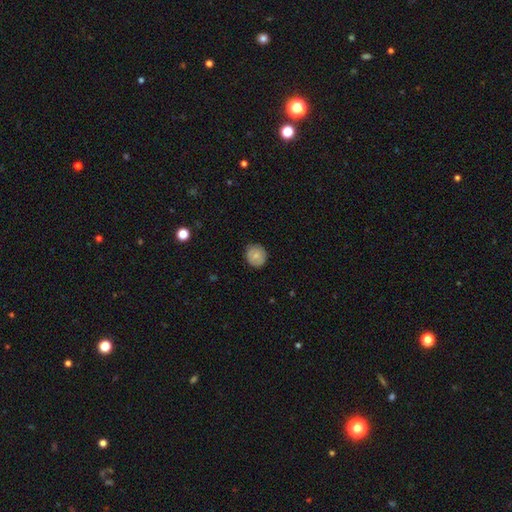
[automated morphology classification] Smooth or featured: smooth — 70% (featured or disk — 22%)
How rounded: round — 86% (in between — 14%)
Merging: none — 84% (minor disturbance — 12%)